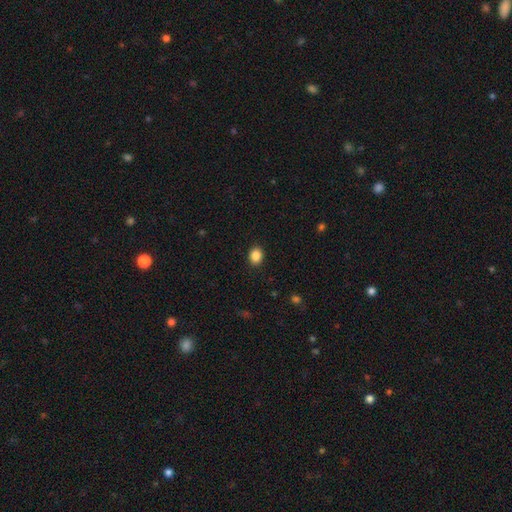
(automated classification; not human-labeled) smooth_or_featured: smooth (p=0.88) [alt: star or artifact p=0.09]
how_rounded: in between (p=0.51) [alt: round p=0.48]
merging: none (p=0.90) [alt: minor disturbance p=0.07]